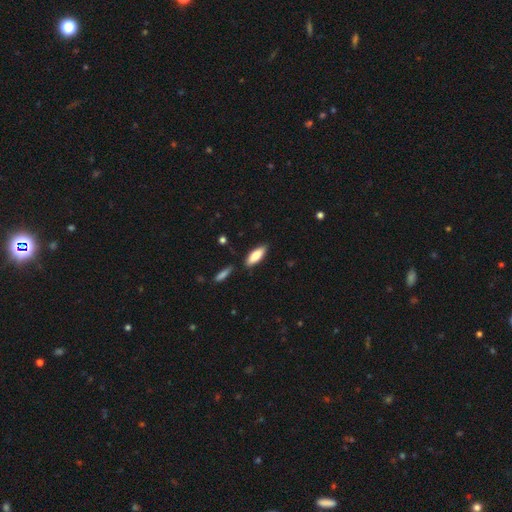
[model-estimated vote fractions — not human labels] A smooth galaxy with no disk features (80%) that is in between round and cigar-shaped (65%).

Vote fractions:
- Smooth or featured? smooth: 80% / featured or disk: 14% / star or artifact: 6%
- How rounded? in between: 65% / cigar-shaped: 33% / round: 2%
- Merging? none: 83% / minor disturbance: 12% / merger: 3% / major disturbance: 2%